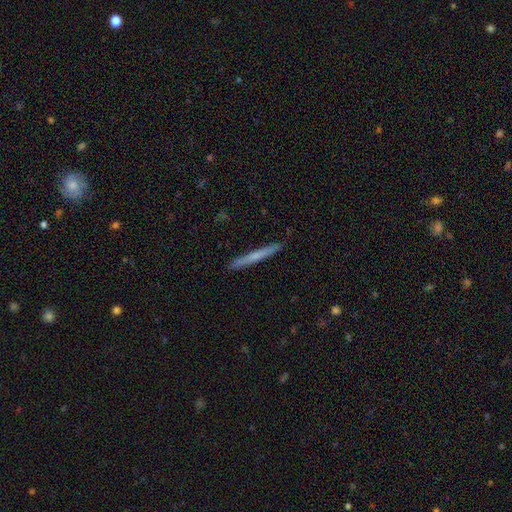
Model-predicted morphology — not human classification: Smooth or featured? smooth (57%)
How rounded? cigar-shaped (97%)
Merging? none (91%)